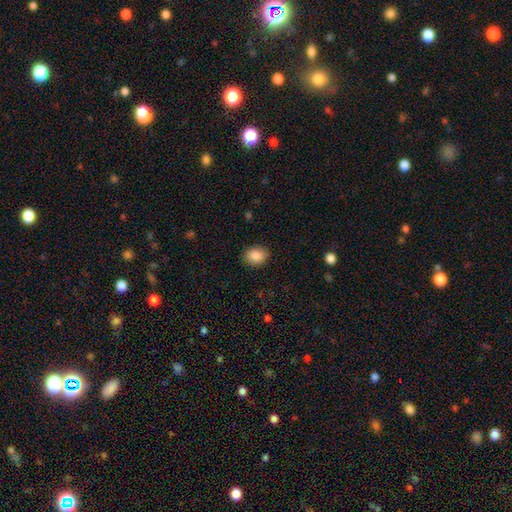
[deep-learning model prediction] This appears to be a smooth galaxy with no disk features (87%) that is in between round and cigar-shaped (51%). Merging: none (88%).